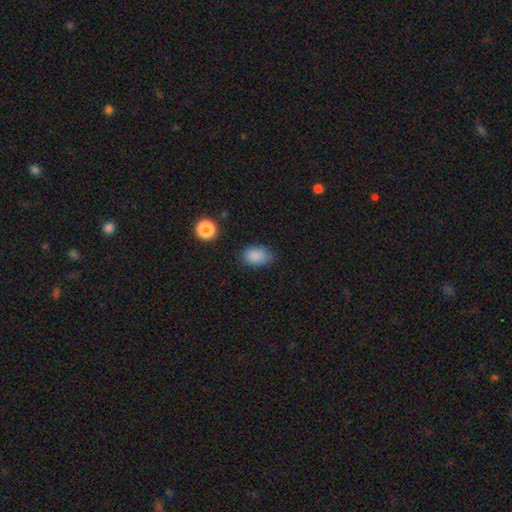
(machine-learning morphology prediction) This is clearly a smooth galaxy (86%). How rounded: clearly in between (84%). Merging: likely none (75%).